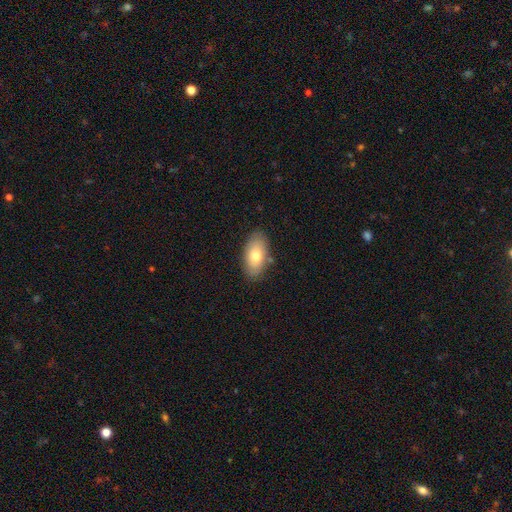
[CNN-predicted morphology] A smooth galaxy with no disk features (73%) that is in between round and cigar-shaped (92%). Merging: none (82%).